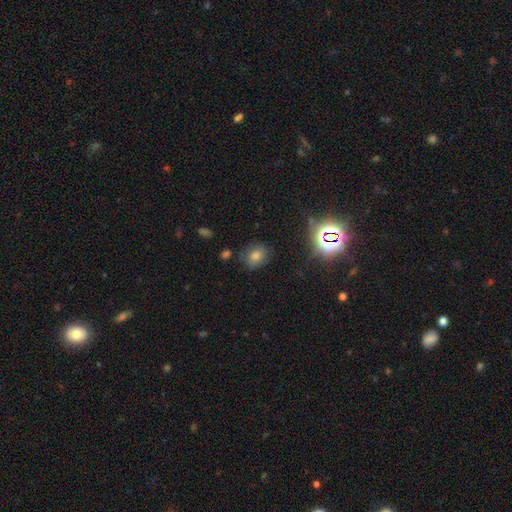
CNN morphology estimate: Q: Smooth or featured?
A: smooth (62%); runner-up: star or artifact (26%)
Q: How rounded?
A: round (51%); runner-up: in between (48%)
Q: Merging?
A: none (78%); runner-up: minor disturbance (14%)